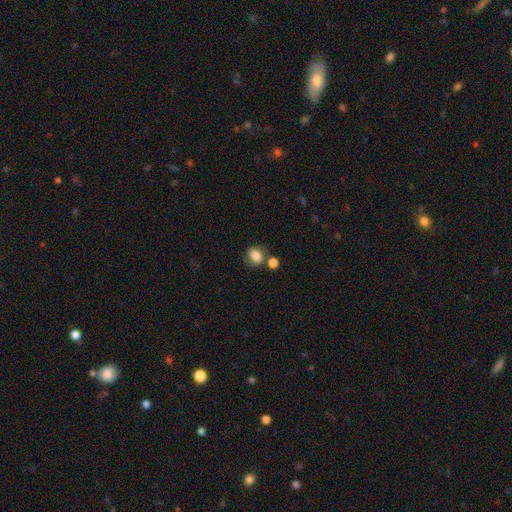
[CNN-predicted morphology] Q: Smooth or featured?
A: smooth (79%); runner-up: featured or disk (11%)
Q: How rounded?
A: in between (59%); runner-up: round (40%)
Q: Merging?
A: none (59%); runner-up: merger (18%)